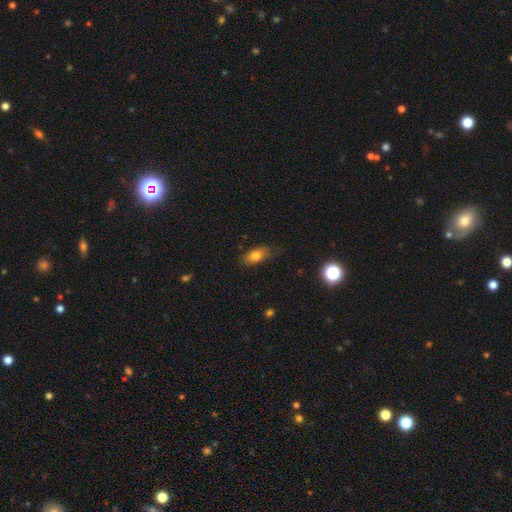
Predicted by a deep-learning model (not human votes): The model was most divided on "merging": none: 77%, minor disturbance: 18%, major disturbance: 4%, merger: 1%. More confident: how rounded — in between (86%); smooth or featured — smooth (78%).